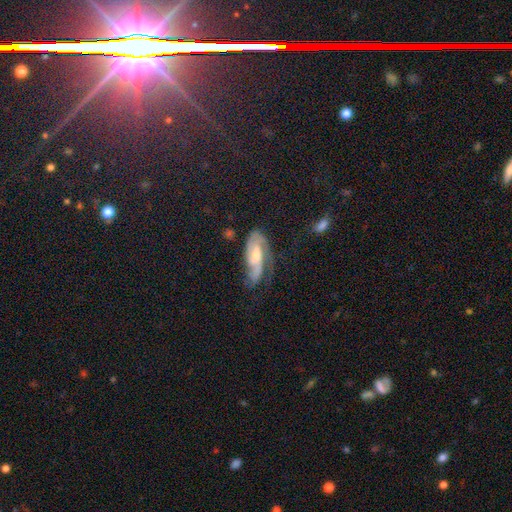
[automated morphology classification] type=featured or disk (70%); edge-on=no (90%); bar=no (50%); spiral arms=yes (93%); winding=tight (45%); arm count=2 (49%); bulge=moderate (53%); merging=none (51%).